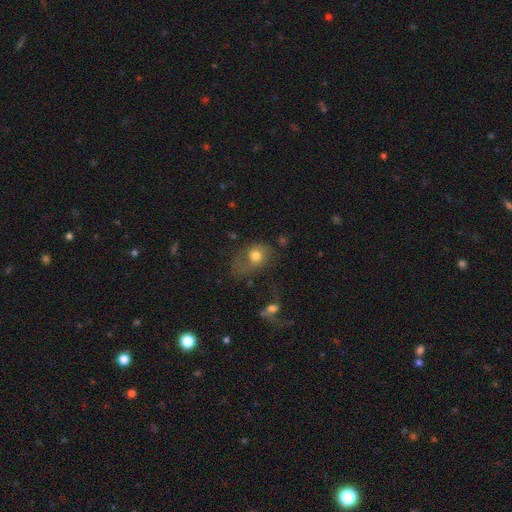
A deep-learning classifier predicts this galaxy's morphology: This appears to be a smooth galaxy with no disk features (65%) that is in between round and cigar-shaped (57%). Merging: major disturbance (37%).